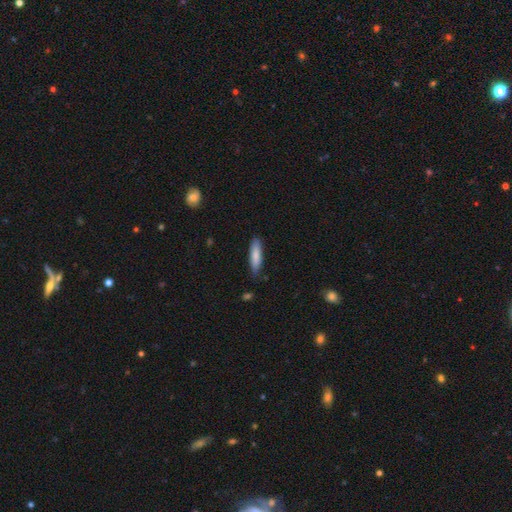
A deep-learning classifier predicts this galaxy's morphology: Smooth or featured? smooth (83%)
How rounded? cigar-shaped (73%)
Merging? none (83%)